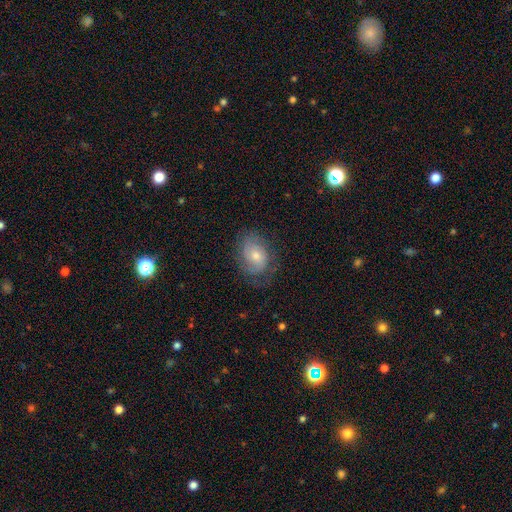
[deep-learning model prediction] Smooth or featured?
  - featured or disk: 61% *
  - smooth: 29%
  - star or artifact: 10%
Edge-on disk?
  - no: 96% *
  - yes: 4%
Bar?
  - no: 71% *
  - weak: 25%
  - strong: 4%
Spiral arms?
  - yes: 87% *
  - no: 13%
Spiral winding?
  - tight: 50% *
  - medium: 36%
  - loose: 14%
Spiral arm count?
  - 2: 46% *
  - can't tell: 32%
  - 1: 9%
  - 3: 7%
  - 4: 3%
  - more than 4: 3%
Bulge size?
  - moderate: 48% *
  - small: 45%
  - large: 4%
  - none: 2%
  - dominant: 1%
Merging?
  - none: 70% *
  - minor disturbance: 19%
  - major disturbance: 9%
  - merger: 1%